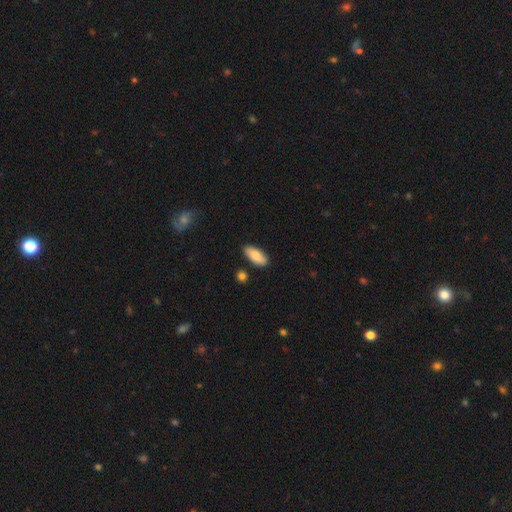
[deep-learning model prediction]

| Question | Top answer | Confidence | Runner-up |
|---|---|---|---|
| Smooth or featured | smooth | 85% | featured or disk (9%) |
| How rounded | in between | 83% | cigar-shaped (14%) |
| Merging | none | 84% | minor disturbance (11%) |